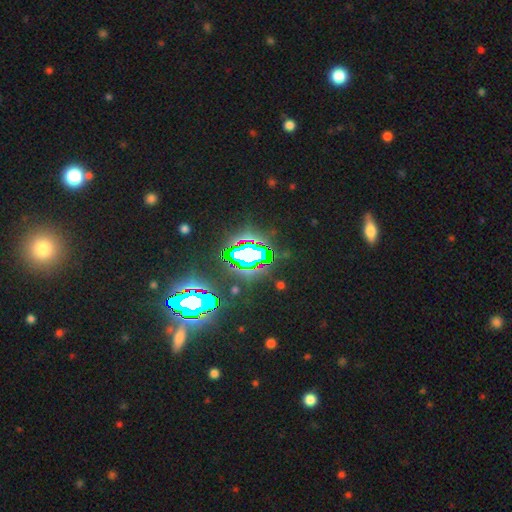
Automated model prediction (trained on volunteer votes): The model was most divided on "smooth or featured": star or artifact: 76%, smooth: 12%, featured or disk: 12%.